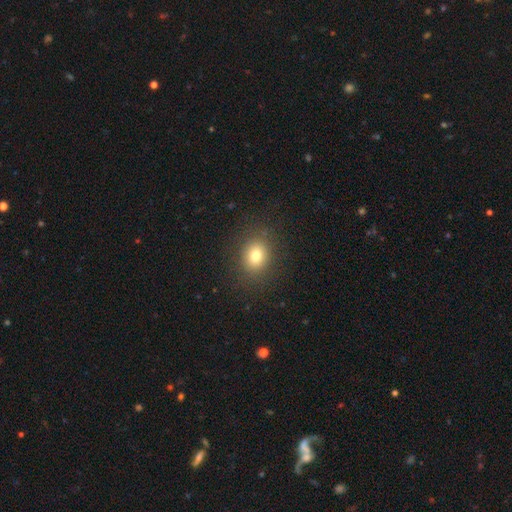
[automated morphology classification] smooth_or_featured: smooth (p=0.77) [alt: star or artifact p=0.13]
how_rounded: round (p=0.63) [alt: in between p=0.37]
merging: none (p=0.87) [alt: minor disturbance p=0.08]